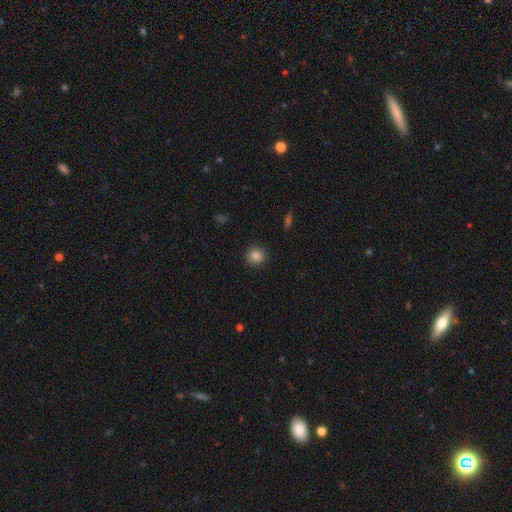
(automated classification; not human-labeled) smooth_or_featured: smooth (p=0.85) [alt: star or artifact p=0.11]
how_rounded: round (p=0.87) [alt: in between p=0.12]
merging: none (p=0.91) [alt: minor disturbance p=0.06]